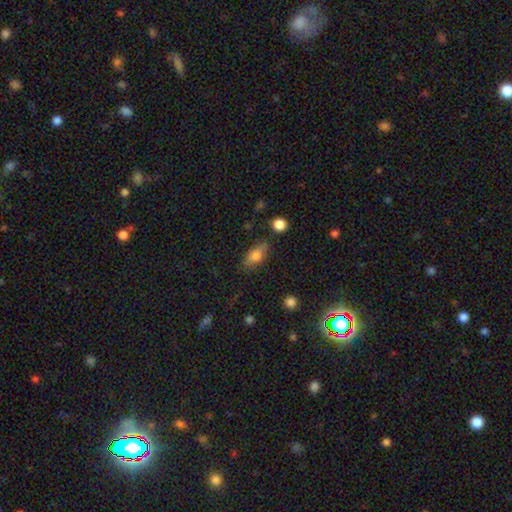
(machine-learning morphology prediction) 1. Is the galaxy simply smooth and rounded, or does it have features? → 76% smooth, 16% featured or disk, 8% star or artifact.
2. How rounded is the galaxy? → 83% in between, 12% cigar-shaped, 5% round.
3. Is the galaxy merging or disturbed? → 81% none, 13% minor disturbance, 3% major disturbance, 3% merger.